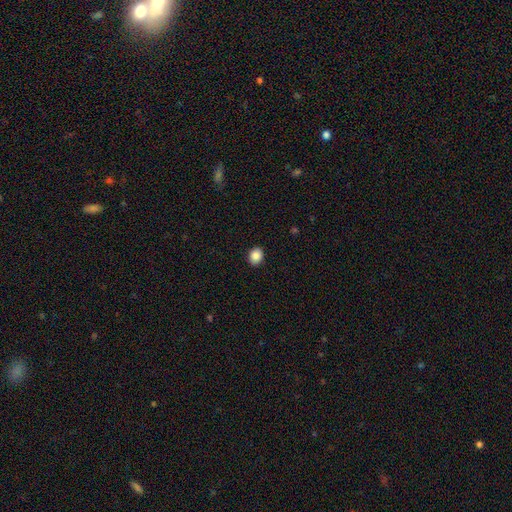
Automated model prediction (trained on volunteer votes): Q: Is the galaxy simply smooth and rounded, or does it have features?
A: smooth — 87%.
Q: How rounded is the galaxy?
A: round — 58%.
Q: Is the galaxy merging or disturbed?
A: none — 91%.